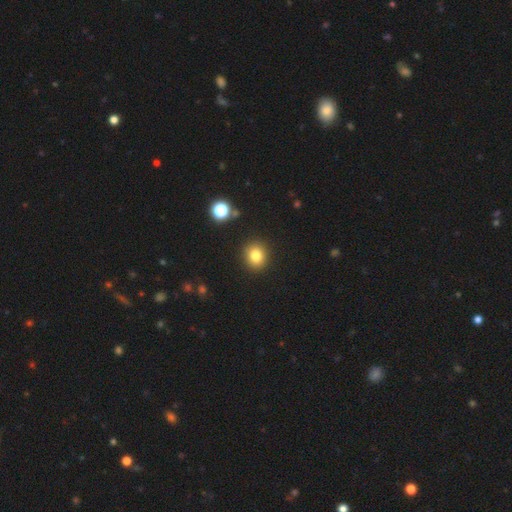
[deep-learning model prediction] smooth 81%, star or artifact 12%, featured or disk 6%. Down the decision tree: how rounded — round (78%); merging — none (89%).